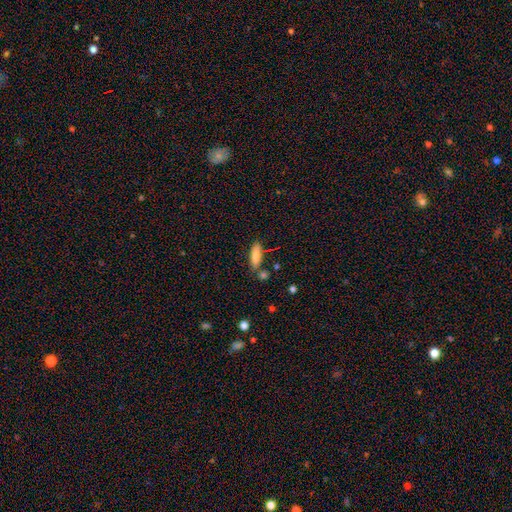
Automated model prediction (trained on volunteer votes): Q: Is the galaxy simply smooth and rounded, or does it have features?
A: smooth — 83%.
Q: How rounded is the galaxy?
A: cigar-shaped — 53%.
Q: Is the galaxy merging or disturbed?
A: none — 76%.